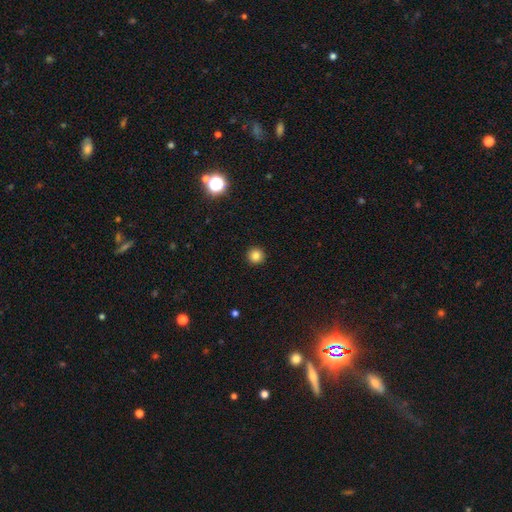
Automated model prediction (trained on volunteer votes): Smooth or featured? Predicted: smooth (p=0.83). How rounded? Predicted: round (p=0.96). Merging? Predicted: none (p=0.93).